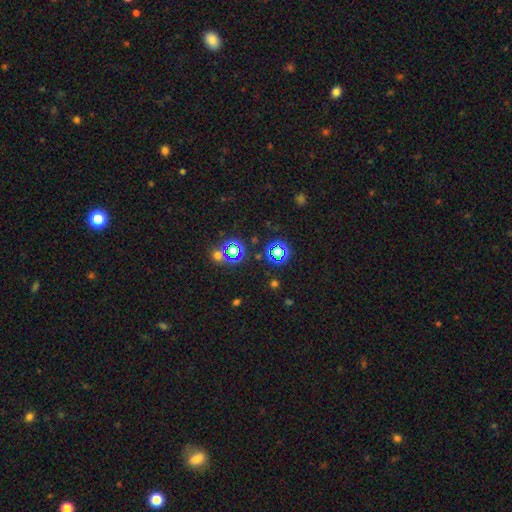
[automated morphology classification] Smooth or featured?
  - star or artifact: 63% *
  - smooth: 25%
  - featured or disk: 12%